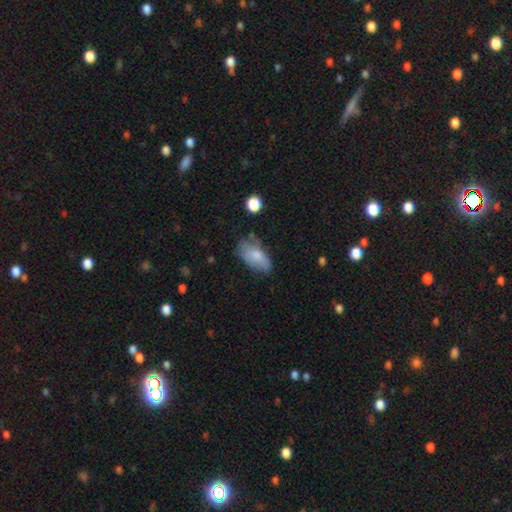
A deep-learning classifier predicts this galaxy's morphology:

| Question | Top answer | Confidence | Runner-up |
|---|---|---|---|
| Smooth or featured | smooth | 74% | featured or disk (18%) |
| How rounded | in between | 93% | round (4%) |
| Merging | none | 47% | minor disturbance (34%) |